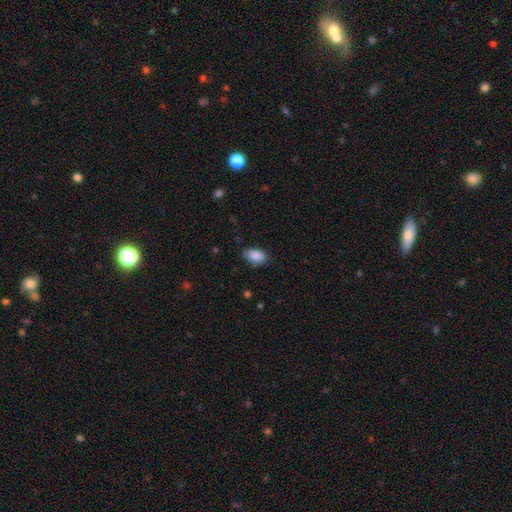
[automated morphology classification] Smooth or featured? smooth (88%)
How rounded? in between (91%)
Merging? none (76%)